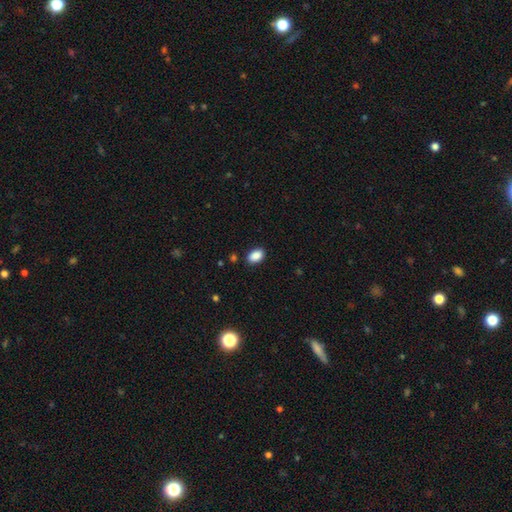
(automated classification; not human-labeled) Smooth or featured?
  - smooth: 88% *
  - star or artifact: 8%
  - featured or disk: 3%
How rounded?
  - in between: 88% *
  - round: 10%
  - cigar-shaped: 1%
Merging?
  - none: 87% *
  - minor disturbance: 10%
  - major disturbance: 2%
  - merger: 1%